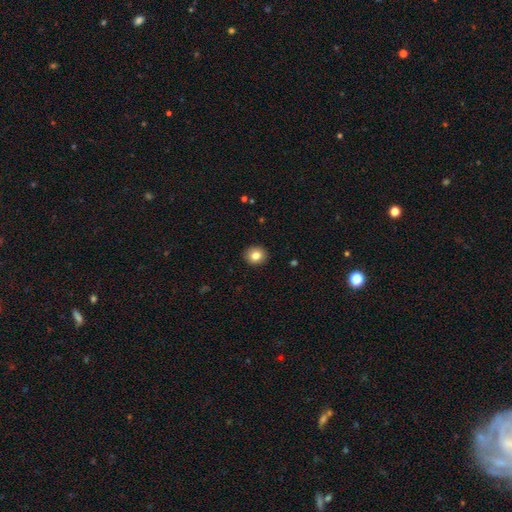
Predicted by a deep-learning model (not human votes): This is clearly a smooth galaxy (82%). How rounded: clearly round (82%). Merging: clearly none (92%).